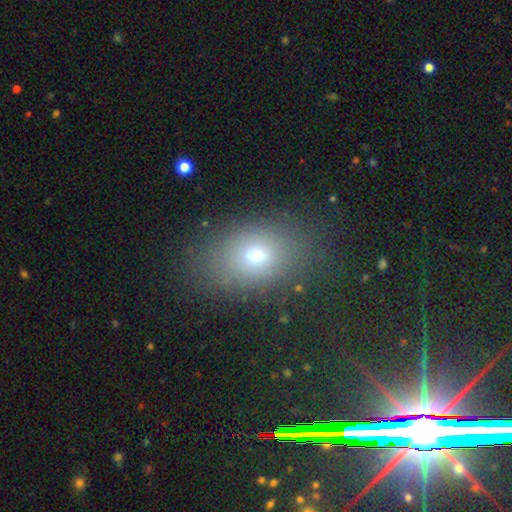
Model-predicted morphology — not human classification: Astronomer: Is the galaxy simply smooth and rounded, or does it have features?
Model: smooth — 70%.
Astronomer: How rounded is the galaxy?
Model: in between — 82%.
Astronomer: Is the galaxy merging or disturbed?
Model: none — 77%.